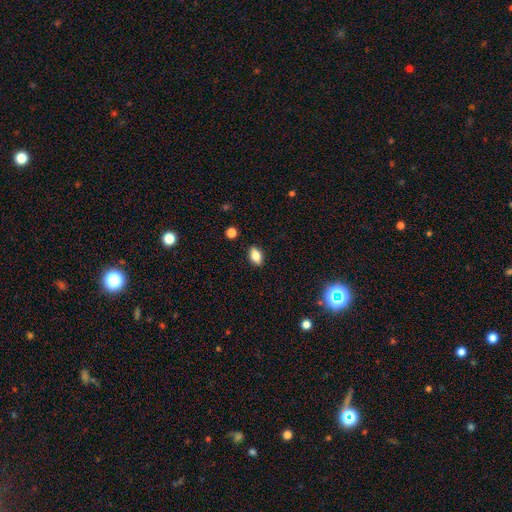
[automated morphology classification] smooth-or-featured: smooth: 79% | featured or disk: 12% | star or artifact: 9%
  how-rounded: in between: 86% | round: 8% | cigar-shaped: 5%
  merging: none: 88% | minor disturbance: 9% | major disturbance: 2% | merger: 1%